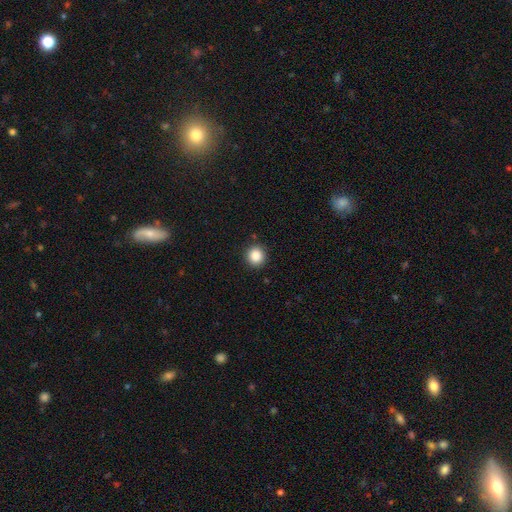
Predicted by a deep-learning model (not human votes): A smooth galaxy with no disk features (87%) that is round (90%).

Vote fractions:
- Smooth or featured? smooth: 87% / star or artifact: 10% / featured or disk: 3%
- How rounded? round: 90% / in between: 9% / cigar-shaped: 1%
- Merging? none: 90% / minor disturbance: 7% / major disturbance: 2% / merger: 1%